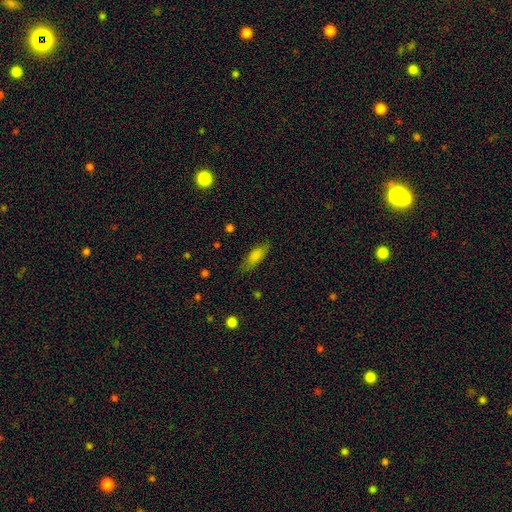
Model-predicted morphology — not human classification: A smooth galaxy with no disk features (80%) that is in between round and cigar-shaped (65%). Merging: none (78%).